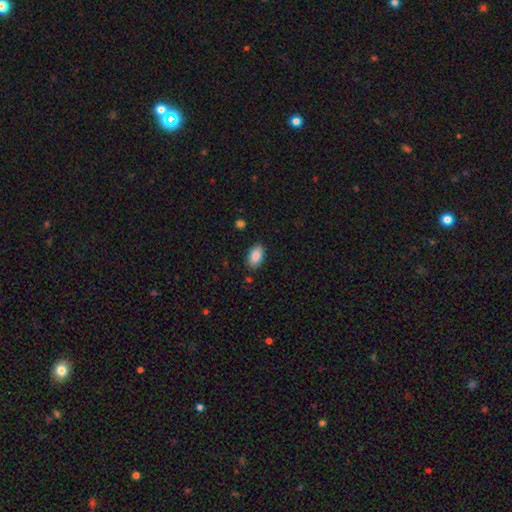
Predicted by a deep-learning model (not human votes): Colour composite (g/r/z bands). It shows a smooth galaxy with no disk features (87%) that is in between round and cigar-shaped (93%). Merging: none (86%).